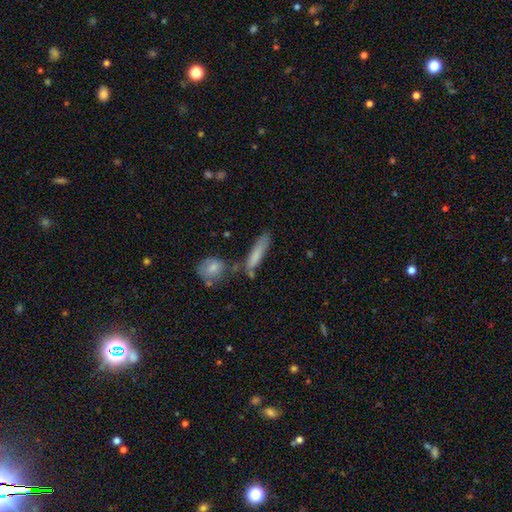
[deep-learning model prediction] Overall: smooth (75%). How rounded: cigar-shaped (79%). Merging: none (58%; minor disturbance 19%).